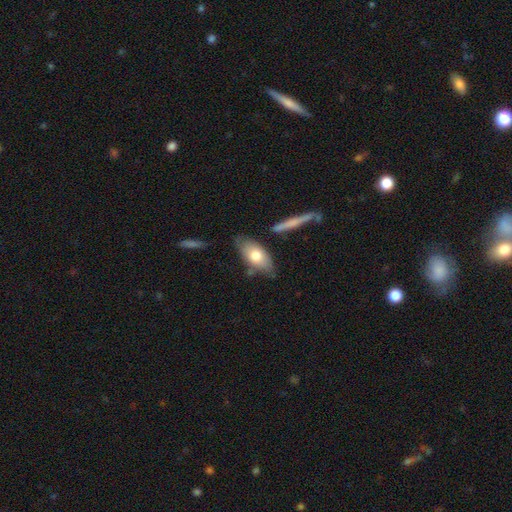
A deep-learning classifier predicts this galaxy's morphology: Smooth or featured: smooth — 71% (featured or disk — 23%)
How rounded: in between — 88% (cigar-shaped — 8%)
Merging: none — 69% (minor disturbance — 20%)